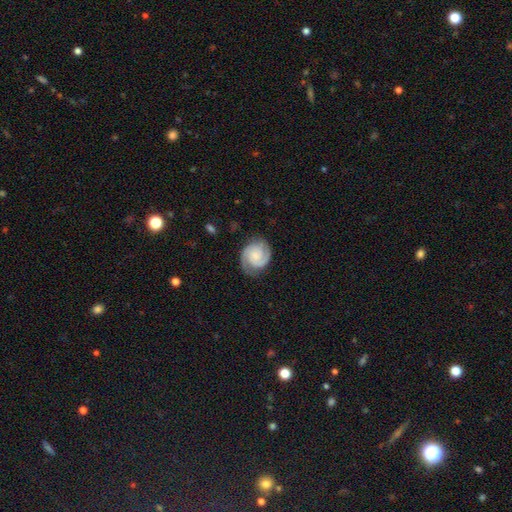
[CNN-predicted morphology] featured or disk 85%, smooth 10%, star or artifact 5%. Down the decision tree: edge-on disk — no (98%); bar — no (65%); spiral arms — yes (98%); spiral arm count — 2 (87%); spiral winding — tight (58%); bulge size — small (35%); merging — none (78%).